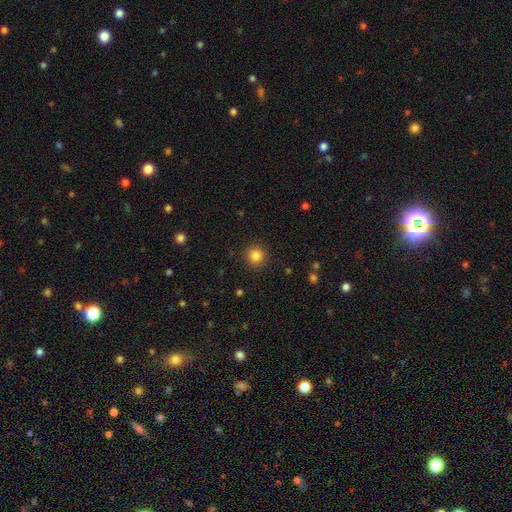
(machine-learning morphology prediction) Smooth or featured? smooth (84%)
How rounded? round (94%)
Merging? none (91%)